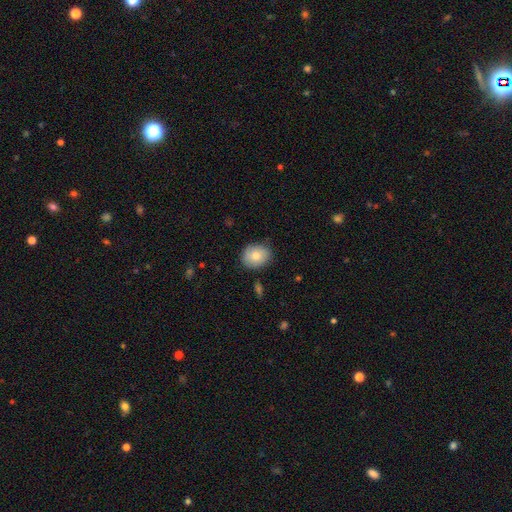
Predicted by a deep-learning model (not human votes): A smooth galaxy with no disk features (80%) that is round (54%).

Vote fractions:
- Smooth or featured? smooth: 80% / featured or disk: 13% / star or artifact: 7%
- How rounded? round: 54% / in between: 45% / cigar-shaped: 1%
- Merging? none: 79% / minor disturbance: 16% / major disturbance: 3% / merger: 2%